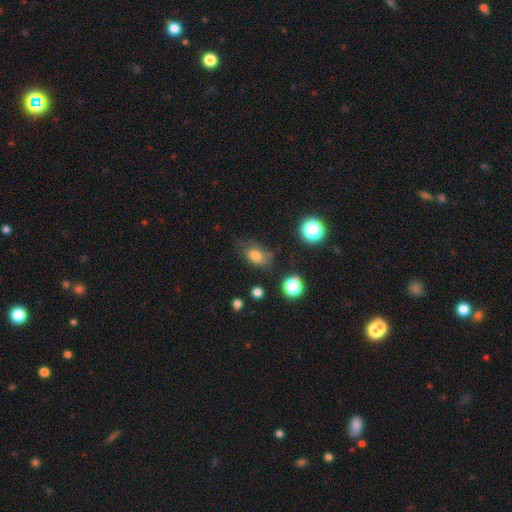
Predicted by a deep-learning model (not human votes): smooth_or_featured: smooth (p=0.74) [alt: star or artifact p=0.14]
how_rounded: in between (p=0.78) [alt: round p=0.21]
merging: none (p=0.56) [alt: minor disturbance p=0.27]